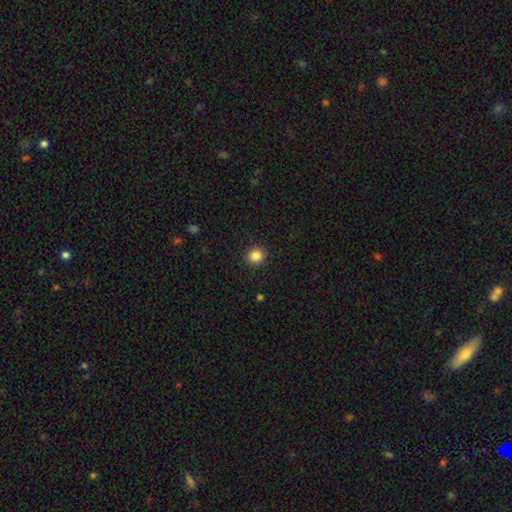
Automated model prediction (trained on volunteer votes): smooth_or_featured: smooth (p=0.86) [alt: star or artifact p=0.10]
how_rounded: round (p=0.89) [alt: in between p=0.10]
merging: none (p=0.92) [alt: minor disturbance p=0.05]